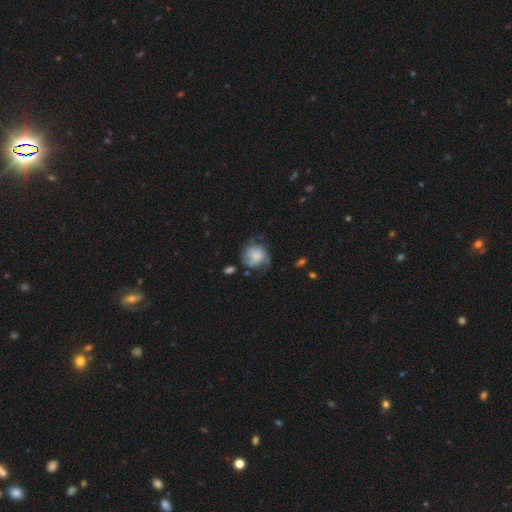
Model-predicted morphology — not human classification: smooth-or-featured: featured or disk: 46% (tied) | smooth: 46% (tied) | star or artifact: 8%
  merging: none: 46% | minor disturbance: 29% | major disturbance: 21% | merger: 3%